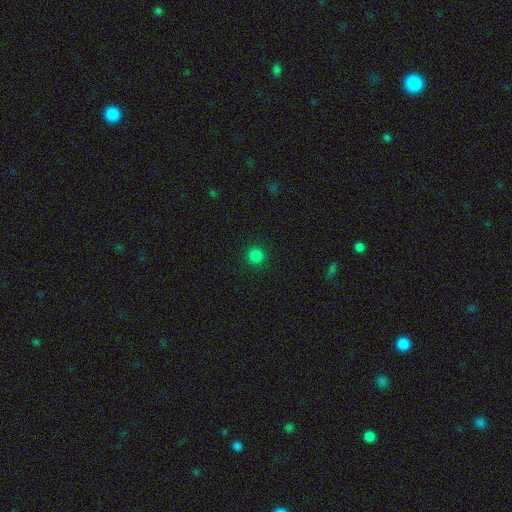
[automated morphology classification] Q: Smooth or featured?
A: smooth (83%); runner-up: star or artifact (14%)
Q: How rounded?
A: round (94%); runner-up: in between (5%)
Q: Merging?
A: none (92%); runner-up: minor disturbance (5%)